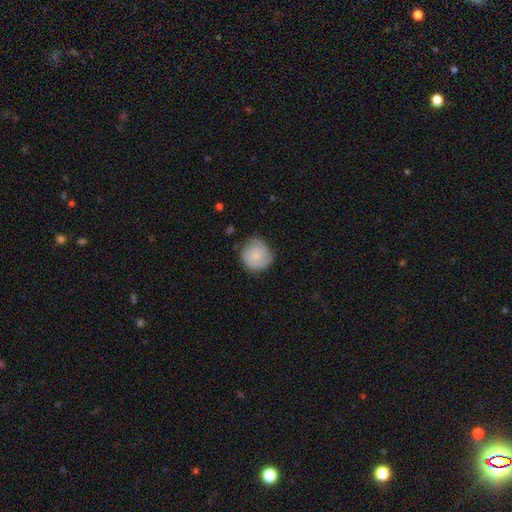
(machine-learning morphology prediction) Smooth or featured? Predicted: smooth (p=0.77). How rounded? Predicted: round (p=0.91). Merging? Predicted: none (p=0.71).